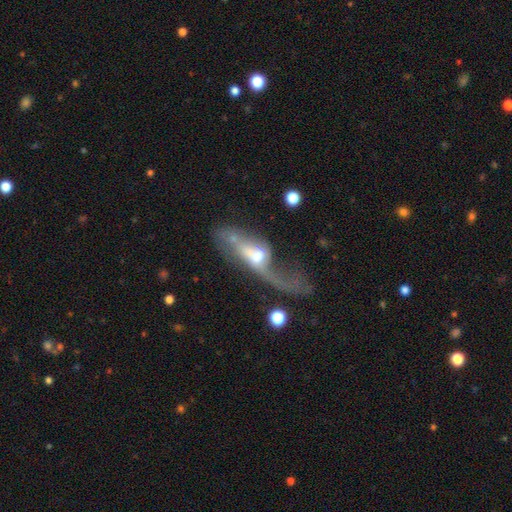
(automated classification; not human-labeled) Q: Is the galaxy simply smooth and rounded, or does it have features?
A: featured or disk — 62%.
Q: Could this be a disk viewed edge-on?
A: no — 84%.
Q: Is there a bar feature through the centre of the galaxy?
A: no — 59%.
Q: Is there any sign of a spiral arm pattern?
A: yes — 57%.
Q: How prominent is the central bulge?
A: moderate — 52%.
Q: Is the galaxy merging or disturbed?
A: major disturbance — 50%.